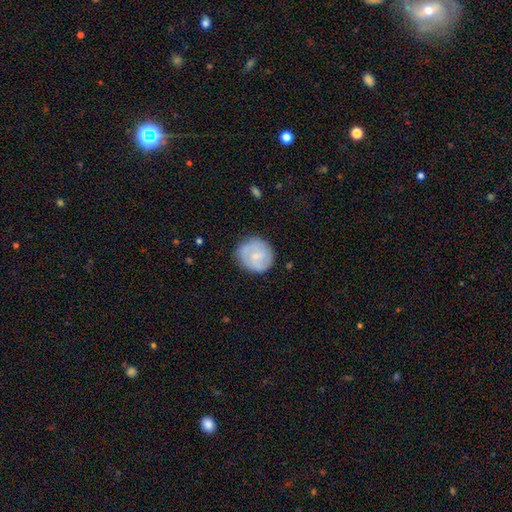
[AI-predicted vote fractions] Q: Smooth or featured?
A: featured or disk (47%); tied with: smooth (47%)
Q: Merging?
A: none (79%); runner-up: minor disturbance (16%)